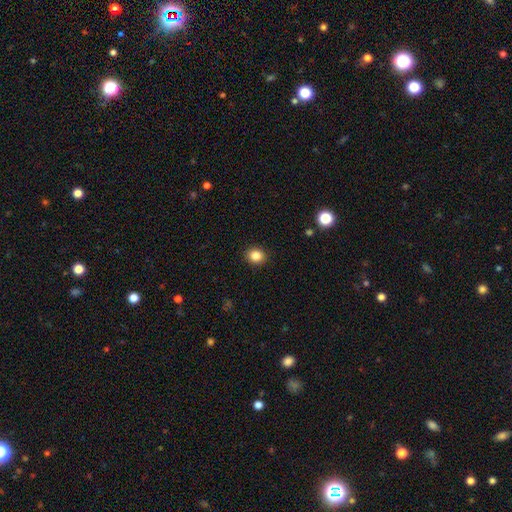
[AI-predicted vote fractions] Smooth or featured: smooth — 85% (star or artifact — 10%)
How rounded: round — 68% (in between — 31%)
Merging: none — 91% (minor disturbance — 6%)